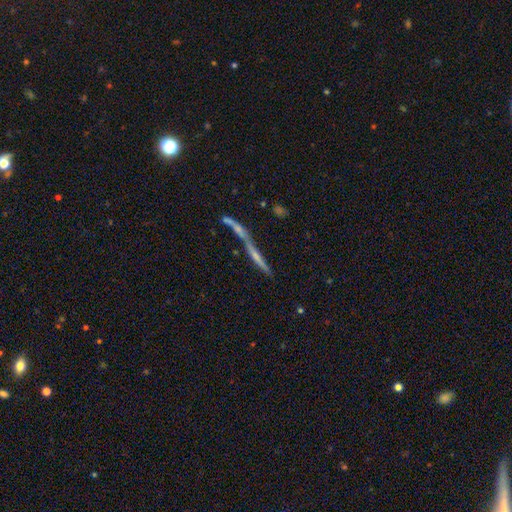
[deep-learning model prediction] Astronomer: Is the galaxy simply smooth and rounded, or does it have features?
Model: featured or disk — 61%.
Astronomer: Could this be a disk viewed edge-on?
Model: yes — 85%.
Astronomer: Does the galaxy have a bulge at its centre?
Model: rounded — 52% (runner-up: none, 37%).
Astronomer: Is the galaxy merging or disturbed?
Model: none — 64%.